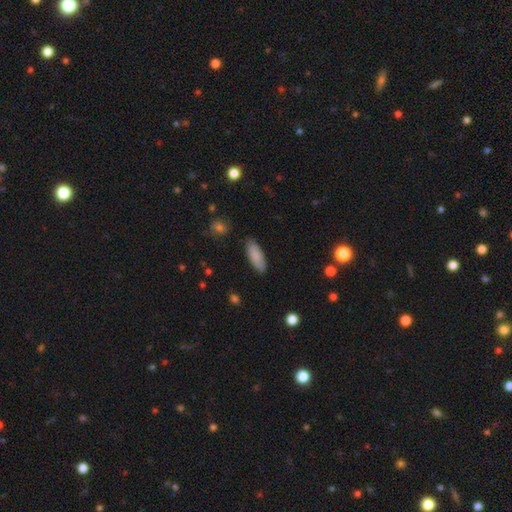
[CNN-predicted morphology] smooth 87%, featured or disk 7%, star or artifact 6%. Down the decision tree: how rounded — in between (72%); merging — none (85%).